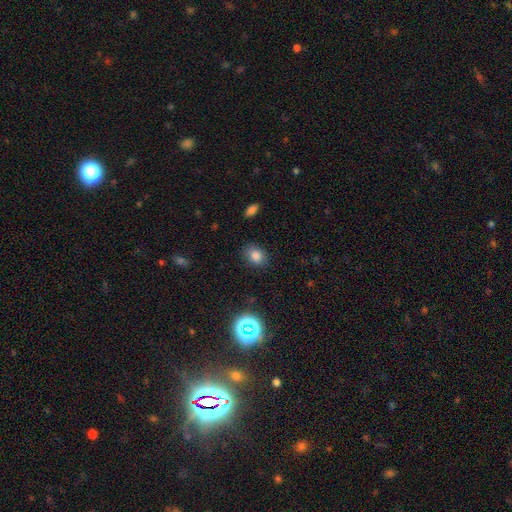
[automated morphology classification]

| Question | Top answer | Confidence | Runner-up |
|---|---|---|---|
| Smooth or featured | smooth | 79% | star or artifact (14%) |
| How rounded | in between | 64% | round (35%) |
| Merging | none | 85% | minor disturbance (11%) |